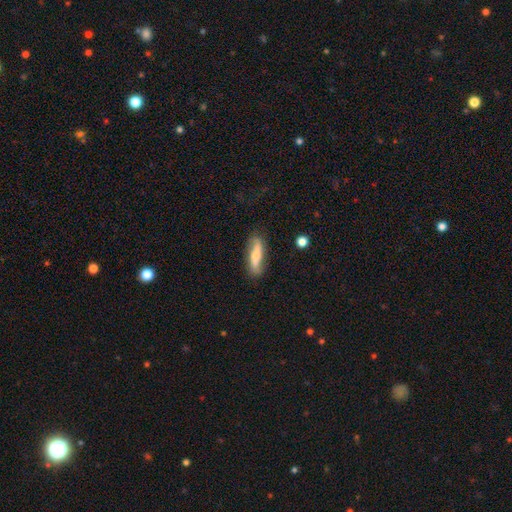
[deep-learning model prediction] The model was most divided on "smooth or featured": smooth: 47%, featured or disk: 46%, star or artifact: 6%. More confident: merging — none (79%).